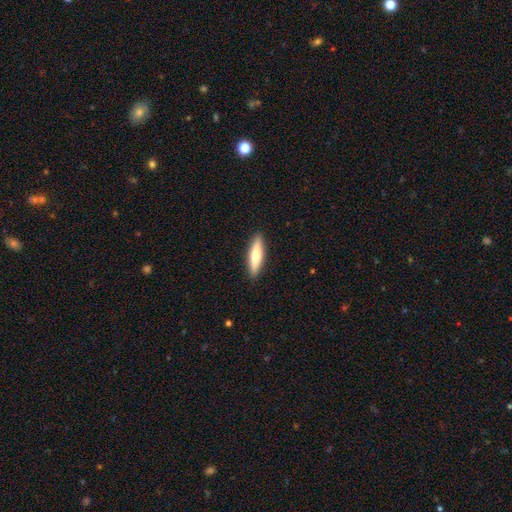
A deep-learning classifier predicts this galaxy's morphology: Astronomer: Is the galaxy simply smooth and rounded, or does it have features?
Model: smooth — 63%.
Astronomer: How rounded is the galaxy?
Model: cigar-shaped — 75%.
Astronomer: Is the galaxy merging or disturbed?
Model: none — 90%.